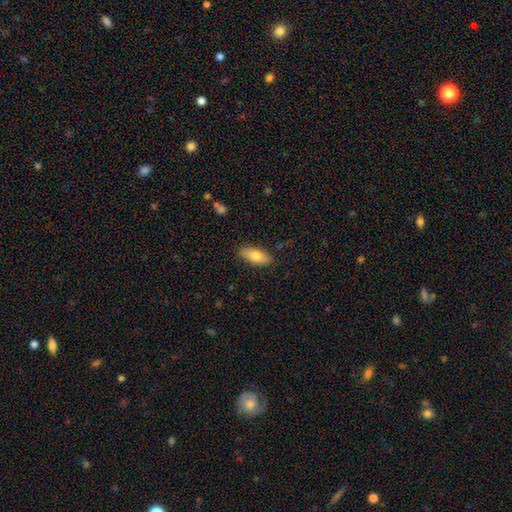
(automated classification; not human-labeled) Q: Smooth or featured?
A: smooth (75%); runner-up: featured or disk (19%)
Q: How rounded?
A: in between (84%); runner-up: cigar-shaped (13%)
Q: Merging?
A: none (86%); runner-up: minor disturbance (11%)